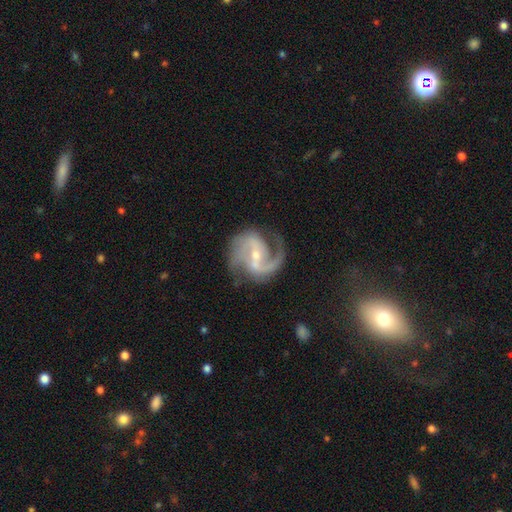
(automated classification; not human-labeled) Morphology: type=featured or disk (91%); edge-on=no (98%); bar=strong (41%, tied with weak); spiral arms=yes (98%); winding=medium (58%); arm count=2 (85%); bulge=small (62%); merging=none (72%).